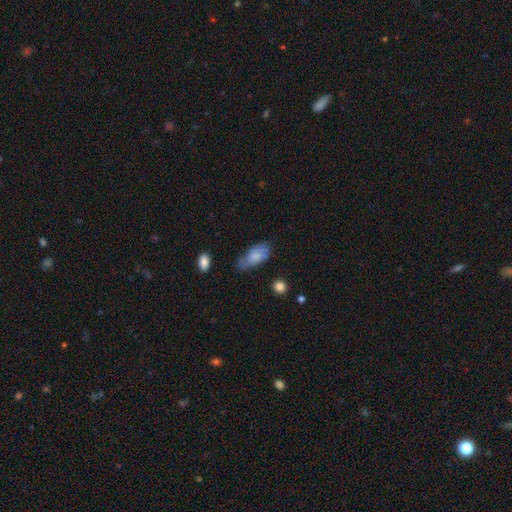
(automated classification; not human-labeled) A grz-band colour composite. It shows a smooth galaxy with no disk features (70%) that is in between round and cigar-shaped (88%). Merging: none (54%).